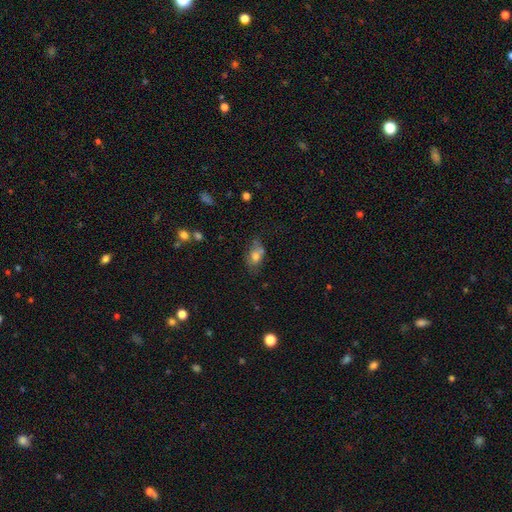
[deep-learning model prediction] Q: Smooth or featured?
A: smooth (69%); runner-up: featured or disk (21%)
Q: How rounded?
A: in between (81%); runner-up: round (15%)
Q: Merging?
A: none (45%); runner-up: minor disturbance (27%)